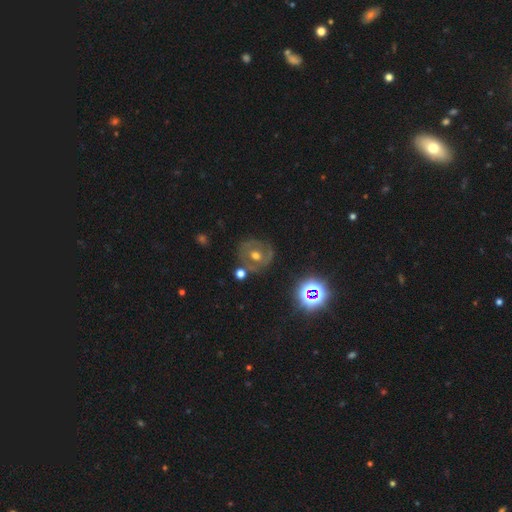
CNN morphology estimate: Smooth or featured? featured or disk (55%)
Edge-on disk? no (95%)
Bar? no (62%)
Spiral arms? no (54%)
Bulge size? moderate (75%)
Merging? none (73%)